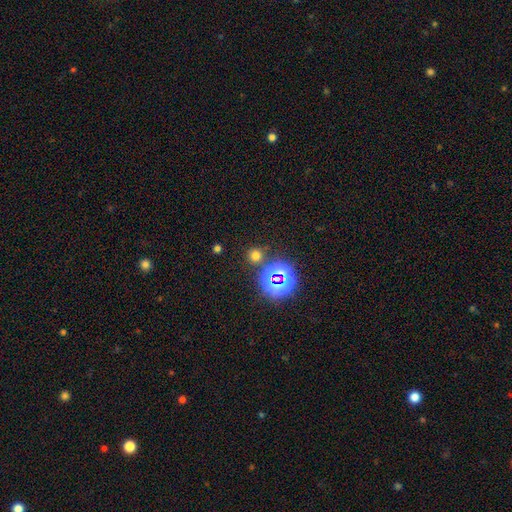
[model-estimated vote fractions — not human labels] Q: Smooth or featured?
A: smooth (61%); runner-up: star or artifact (32%)
Q: How rounded?
A: round (90%); runner-up: in between (9%)
Q: Merging?
A: none (81%); runner-up: minor disturbance (8%)